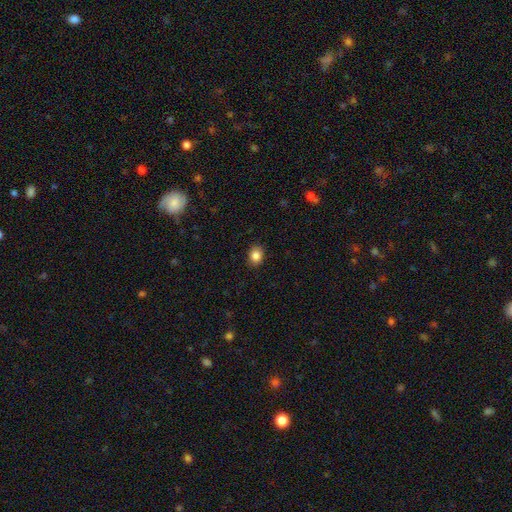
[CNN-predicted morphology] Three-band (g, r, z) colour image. It shows a smooth galaxy with no disk features (85%) that is round (51%). Merging: none (88%).